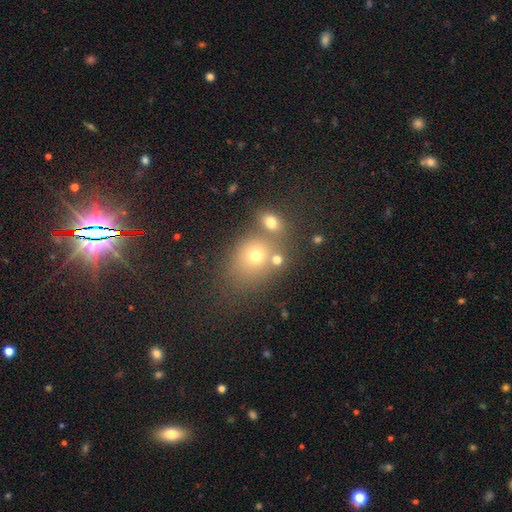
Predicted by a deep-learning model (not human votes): smooth-or-featured: smooth: 64% | star or artifact: 21% | featured or disk: 15%
  how-rounded: round: 60% | in between: 39% | cigar-shaped: 1%
  merging: none: 51% | merger: 32% | minor disturbance: 11% | major disturbance: 6%